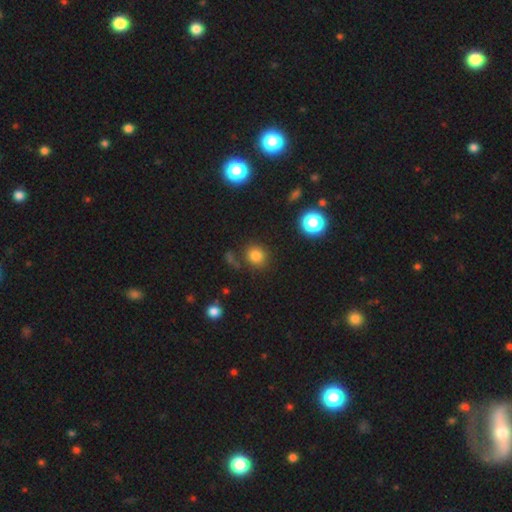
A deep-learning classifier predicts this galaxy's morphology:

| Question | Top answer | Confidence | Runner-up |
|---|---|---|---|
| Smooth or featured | smooth | 79% | star or artifact (15%) |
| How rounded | round | 83% | in between (16%) |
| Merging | none | 81% | minor disturbance (10%) |